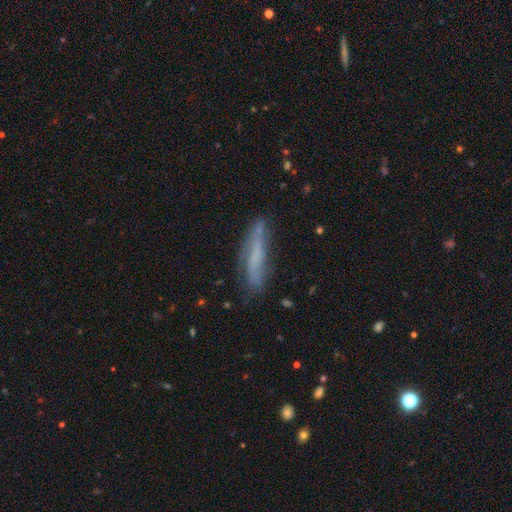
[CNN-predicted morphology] This appears to be a featured or disk galaxy (49%). Merging: none (66%).